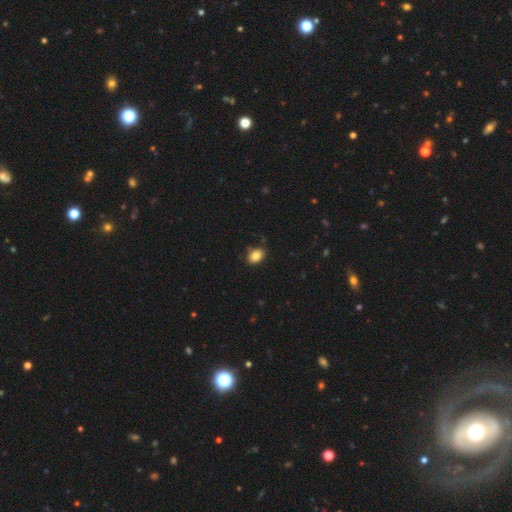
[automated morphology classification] smooth_or_featured: smooth (p=0.86) [alt: star or artifact p=0.09]
how_rounded: in between (p=0.76) [alt: round p=0.23]
merging: none (p=0.82) [alt: minor disturbance p=0.14]